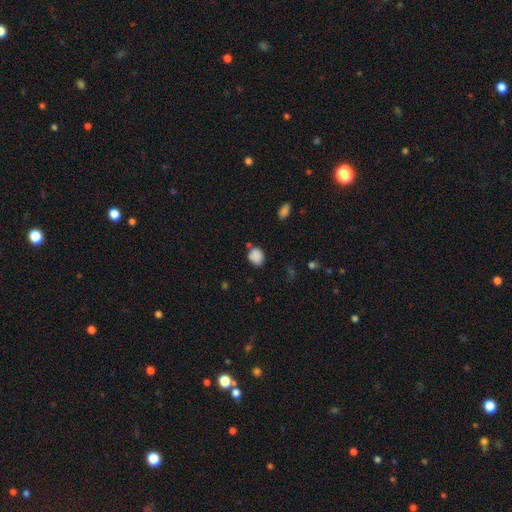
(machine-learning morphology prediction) smooth_or_featured: smooth (p=0.86) [alt: star or artifact p=0.09]
how_rounded: round (p=0.50) [alt: in between p=0.49]
merging: none (p=0.69) [alt: minor disturbance p=0.18]